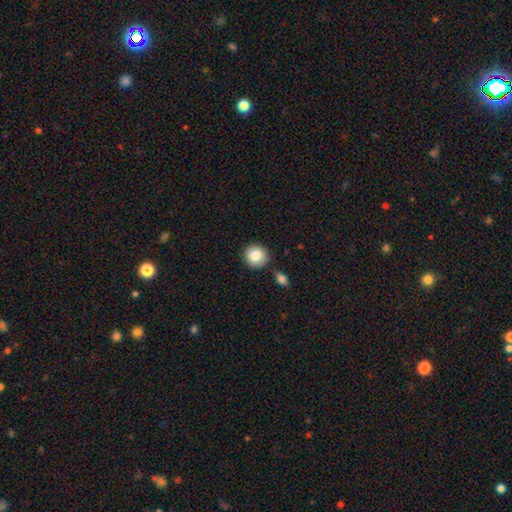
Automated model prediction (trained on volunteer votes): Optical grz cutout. It shows a smooth galaxy with no disk features (85%) that is round (90%). Merging: none (83%).